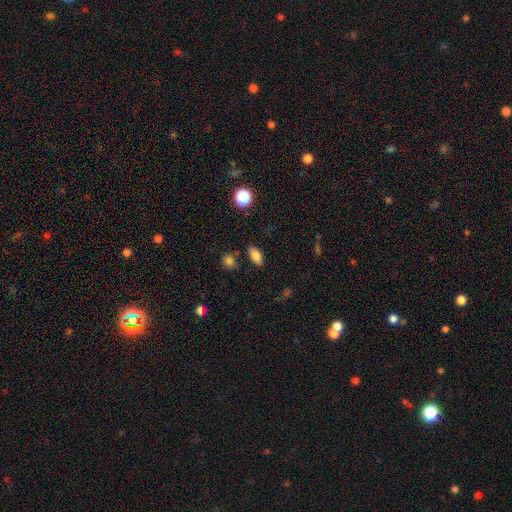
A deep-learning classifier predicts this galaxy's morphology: Smooth or featured?
  - smooth: 81% *
  - star or artifact: 11%
  - featured or disk: 9%
How rounded?
  - in between: 89% *
  - round: 6%
  - cigar-shaped: 5%
Merging?
  - none: 83% *
  - minor disturbance: 11%
  - merger: 4%
  - major disturbance: 3%